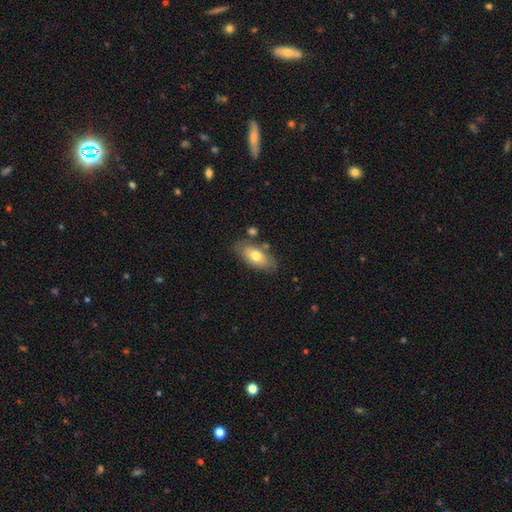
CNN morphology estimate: This is likely a smooth galaxy (71%). How rounded: clearly in between (88%). Merging: likely none (75%).